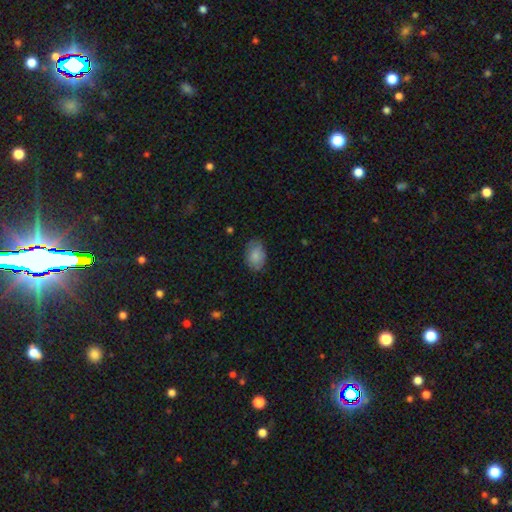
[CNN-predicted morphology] This appears to be a smooth galaxy with no disk features (84%) that is in between round and cigar-shaped (85%). Merging: none (76%).